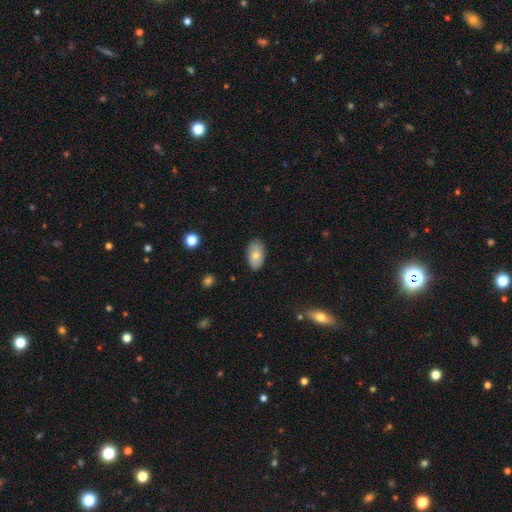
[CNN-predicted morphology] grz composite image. It shows a smooth galaxy with no disk features (72%) that is in between round and cigar-shaped (93%). Merging: none (85%).